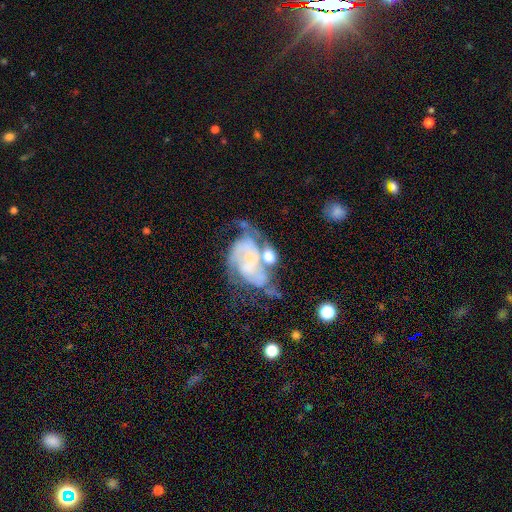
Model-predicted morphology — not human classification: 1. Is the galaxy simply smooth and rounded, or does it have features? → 74% featured or disk, 16% smooth, 9% star or artifact.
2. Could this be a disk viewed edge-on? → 97% no, 3% yes.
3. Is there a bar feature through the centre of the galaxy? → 64% no, 26% weak, 10% strong.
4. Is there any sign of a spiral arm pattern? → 85% yes, 15% no.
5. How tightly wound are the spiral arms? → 45% tight, 39% medium, 17% loose.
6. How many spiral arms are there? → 47% 2, 27% can't tell, 12% 3, 8% 1, 4% 4, 3% more than 4.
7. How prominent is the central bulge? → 43% none, 36% small, 13% moderate, 5% large, 2% dominant.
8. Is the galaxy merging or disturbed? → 31% major disturbance, 30% none, 22% minor disturbance, 17% merger.